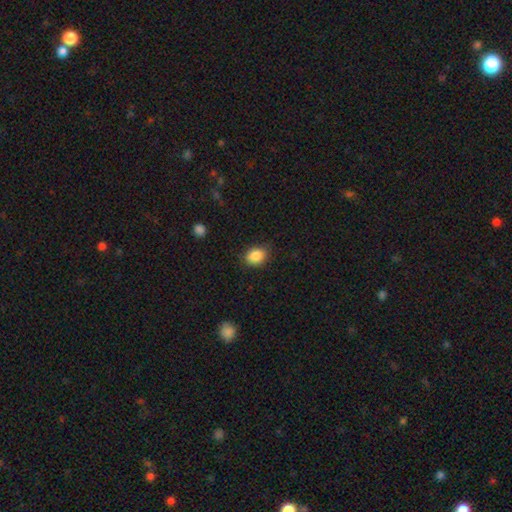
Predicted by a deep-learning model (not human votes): Q: Smooth or featured?
A: smooth (87%); runner-up: star or artifact (9%)
Q: How rounded?
A: in between (58%); runner-up: round (41%)
Q: Merging?
A: none (83%); runner-up: minor disturbance (13%)